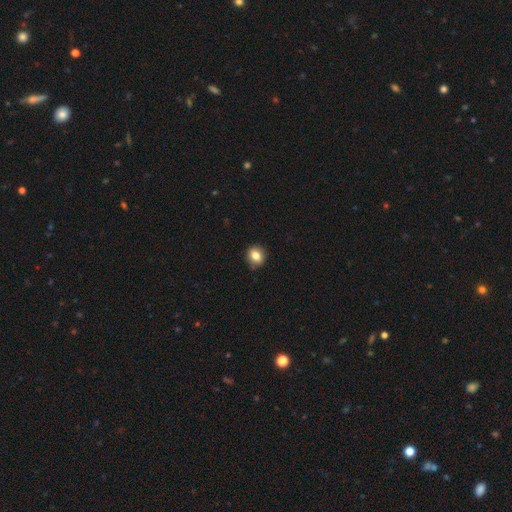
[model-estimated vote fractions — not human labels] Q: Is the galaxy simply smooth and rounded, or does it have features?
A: smooth — 82%.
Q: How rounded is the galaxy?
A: round — 73%.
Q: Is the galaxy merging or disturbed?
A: none — 86%.